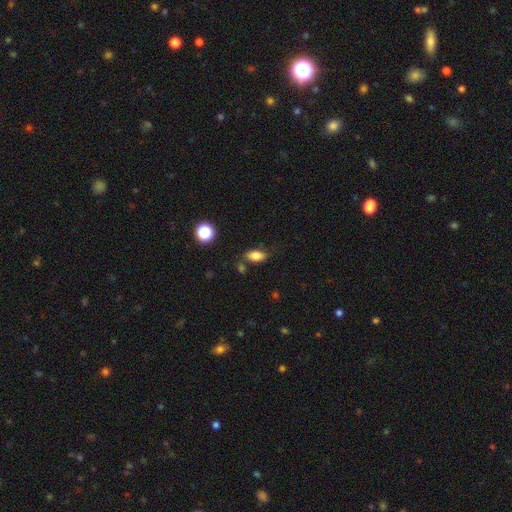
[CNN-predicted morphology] A smooth galaxy with no disk features (80%) that is in between round and cigar-shaped (86%).

Vote fractions:
- Smooth or featured? smooth: 80% / featured or disk: 10% / star or artifact: 10%
- How rounded? in between: 86% / round: 7% / cigar-shaped: 7%
- Merging? none: 71% / minor disturbance: 18% / merger: 6% / major disturbance: 5%